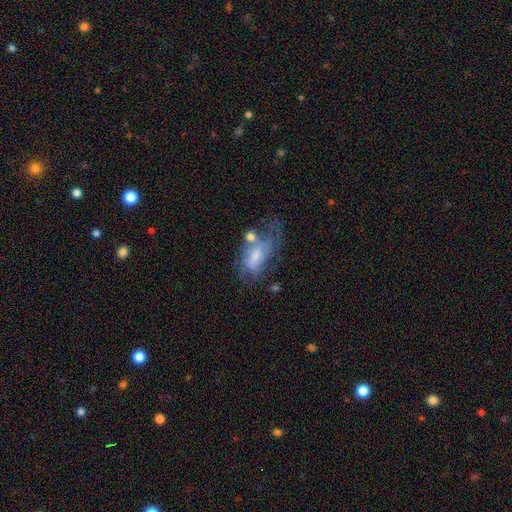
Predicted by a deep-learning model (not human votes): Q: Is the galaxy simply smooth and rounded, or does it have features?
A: featured or disk — 50%.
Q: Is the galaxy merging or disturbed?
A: major disturbance — 34%.